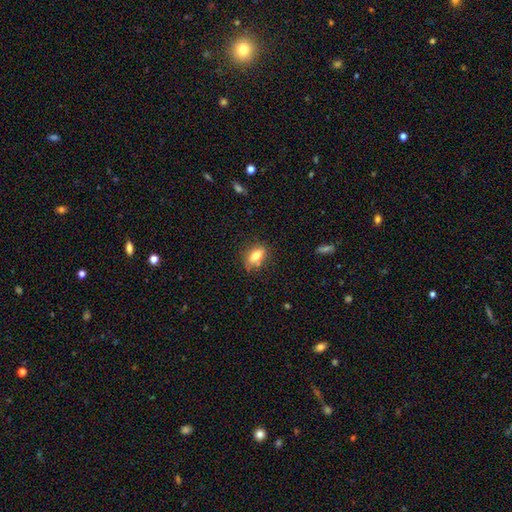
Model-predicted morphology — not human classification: smooth_or_featured: smooth (p=0.73) [alt: featured or disk p=0.18]
how_rounded: in between (p=0.80) [alt: cigar-shaped p=0.10]
merging: none (p=0.74) [alt: minor disturbance p=0.18]